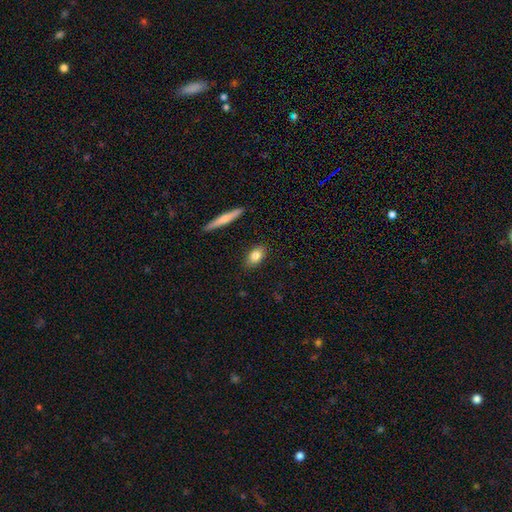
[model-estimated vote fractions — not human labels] Smooth or featured?
  - smooth: 81% *
  - featured or disk: 12%
  - star or artifact: 7%
How rounded?
  - in between: 84% *
  - round: 10%
  - cigar-shaped: 6%
Merging?
  - none: 87% *
  - minor disturbance: 9%
  - major disturbance: 2%
  - merger: 2%